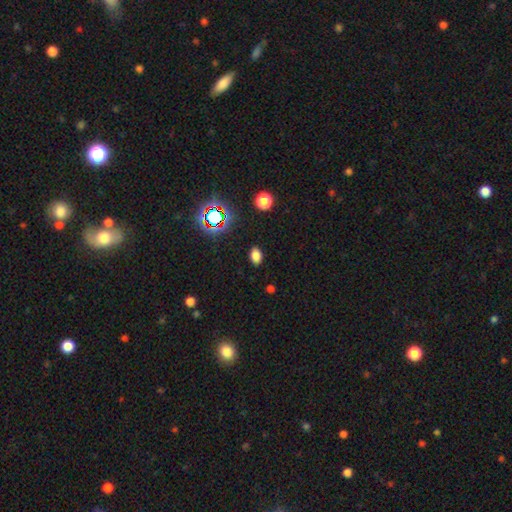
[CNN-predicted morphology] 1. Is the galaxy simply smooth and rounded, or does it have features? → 76% smooth, 18% star or artifact, 6% featured or disk.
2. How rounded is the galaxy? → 83% in between, 15% round, 1% cigar-shaped.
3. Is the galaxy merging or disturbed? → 87% none, 9% minor disturbance, 3% major disturbance, 1% merger.